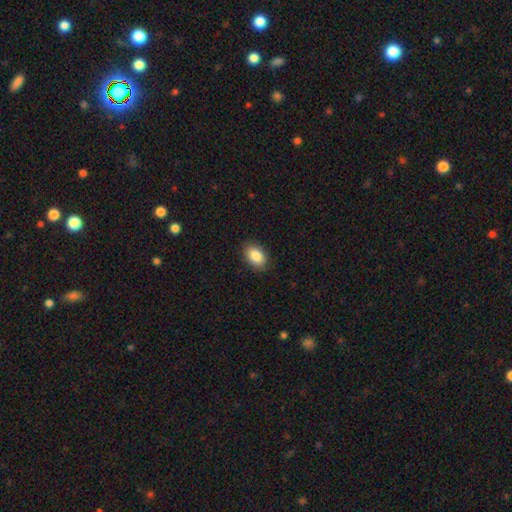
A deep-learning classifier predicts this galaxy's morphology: This appears to be a smooth galaxy with no disk features (86%) that is in between round and cigar-shaped (86%). Merging: none (88%).